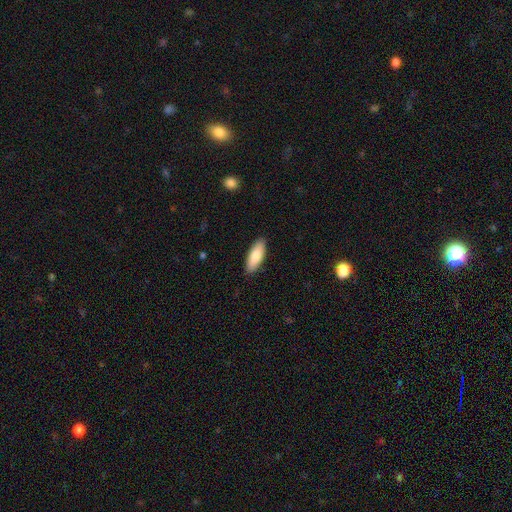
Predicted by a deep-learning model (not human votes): smooth-or-featured: smooth: 81% | featured or disk: 14% | star or artifact: 5%
  how-rounded: in between: 70% | cigar-shaped: 28% | round: 2%
  merging: none: 89% | minor disturbance: 8% | major disturbance: 2% | merger: 1%